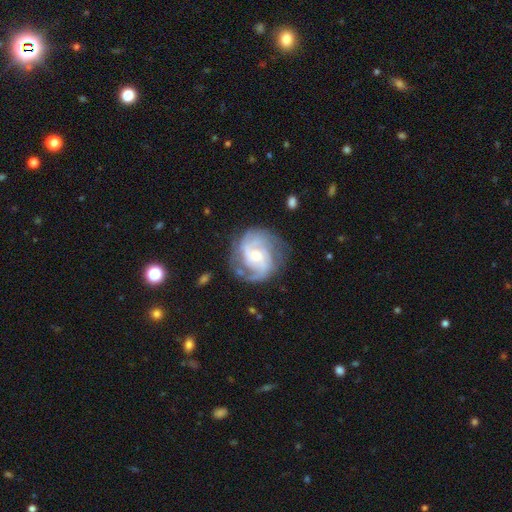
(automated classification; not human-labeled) A featured or disk galaxy (87%) with no bar (57%), 2 (50%) tight (46%) spiral arms (96%) and a small central bulge (49%). Merging: none (72%).